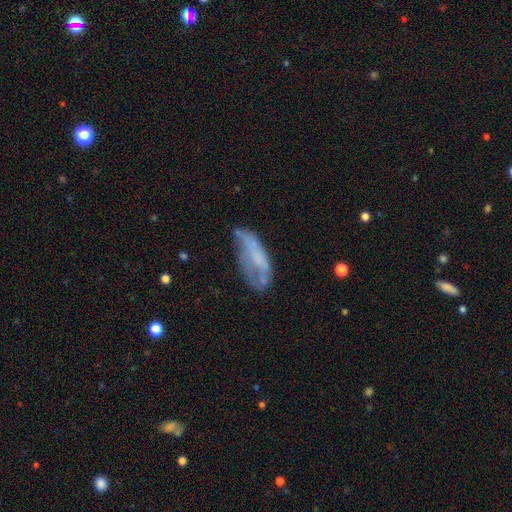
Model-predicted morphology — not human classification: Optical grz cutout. It shows a smooth galaxy with no disk features (47%). Merging: none (37%).